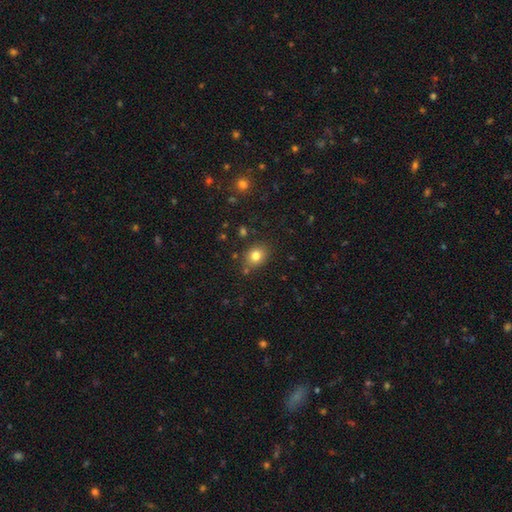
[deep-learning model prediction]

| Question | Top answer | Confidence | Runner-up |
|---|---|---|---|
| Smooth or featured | smooth | 80% | star or artifact (12%) |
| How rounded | round | 52% | in between (47%) |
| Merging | none | 81% | minor disturbance (11%) |